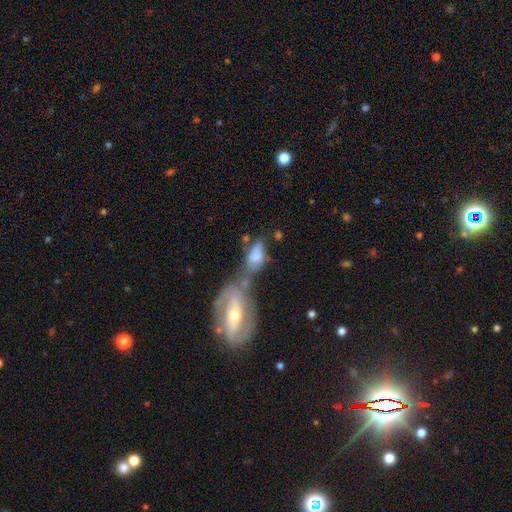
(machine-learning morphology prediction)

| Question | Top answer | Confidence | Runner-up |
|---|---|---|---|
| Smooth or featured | smooth | 56% | featured or disk (35%) |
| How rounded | in between | 85% | cigar-shaped (9%) |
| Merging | merger | 62% | none (16%) |